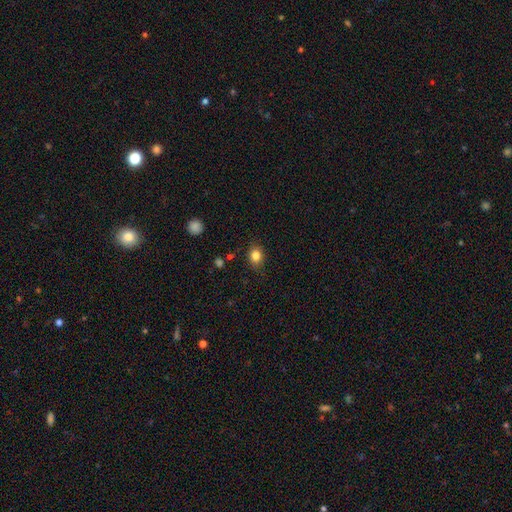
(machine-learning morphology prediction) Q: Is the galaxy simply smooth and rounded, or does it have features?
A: smooth — 83%.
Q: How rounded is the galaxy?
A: in between — 52%.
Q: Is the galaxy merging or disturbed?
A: none — 84%.